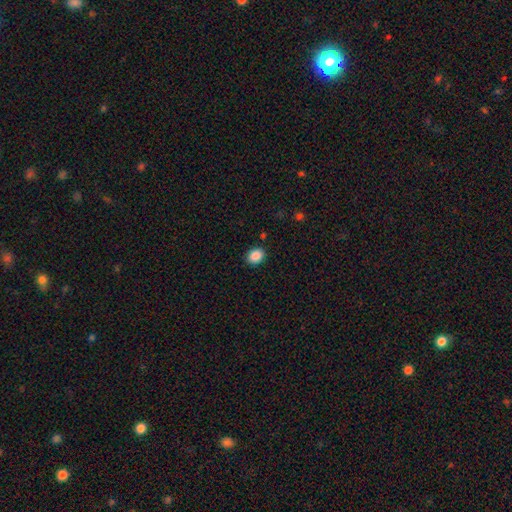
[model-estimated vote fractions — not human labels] Smooth or featured? Predicted: smooth (p=0.88). How rounded? Predicted: in between (p=0.51). Merging? Predicted: none (p=0.89).